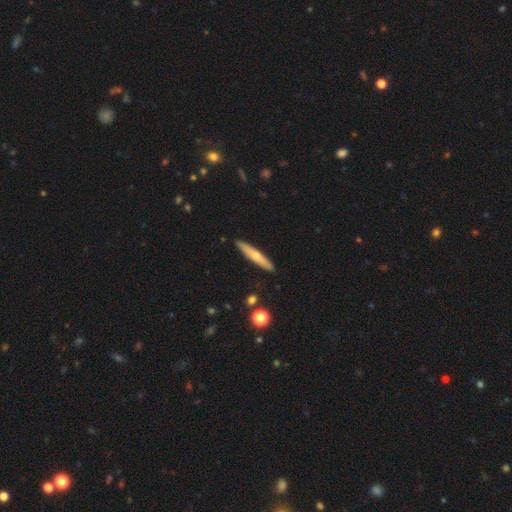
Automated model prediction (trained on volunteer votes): A smooth galaxy with no disk features (47%, tied with featured or disk). Merging: none (89%).